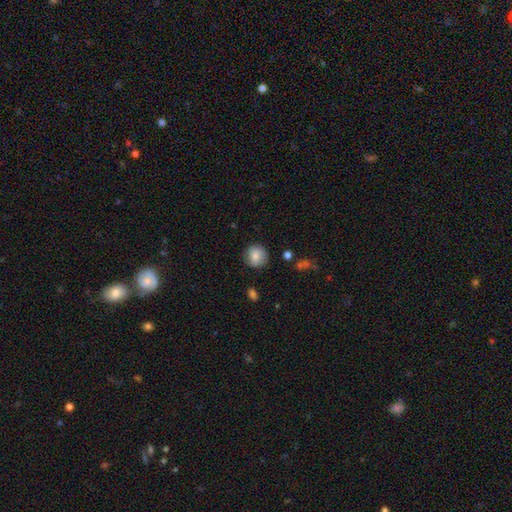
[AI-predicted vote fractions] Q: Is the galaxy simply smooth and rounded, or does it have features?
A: smooth — 81%.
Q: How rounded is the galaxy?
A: round — 88%.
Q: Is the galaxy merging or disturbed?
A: none — 82%.